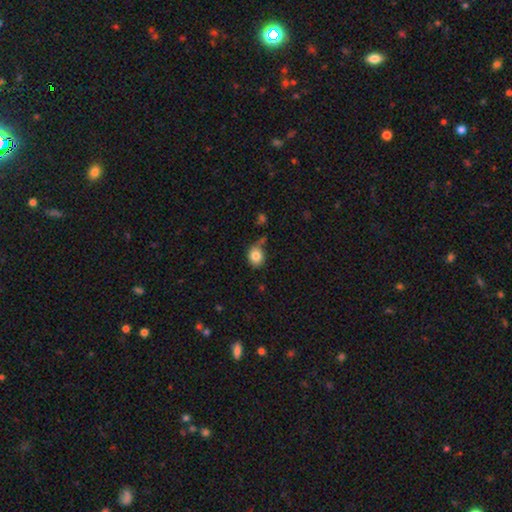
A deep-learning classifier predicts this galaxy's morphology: Smooth or featured?
  - smooth: 83% *
  - star or artifact: 9%
  - featured or disk: 8%
How rounded?
  - round: 59% *
  - in between: 40%
  - cigar-shaped: 1%
Merging?
  - none: 62% *
  - minor disturbance: 23%
  - major disturbance: 8%
  - merger: 7%